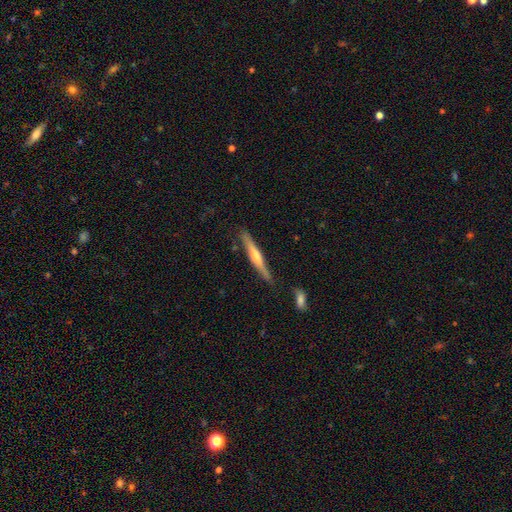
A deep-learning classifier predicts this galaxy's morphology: Smooth or featured? Predicted: featured or disk (p=0.67). Edge-on disk? Predicted: yes (p=0.97). Edge-on bulge? Predicted: rounded (p=0.85). Merging? Predicted: none (p=0.85).